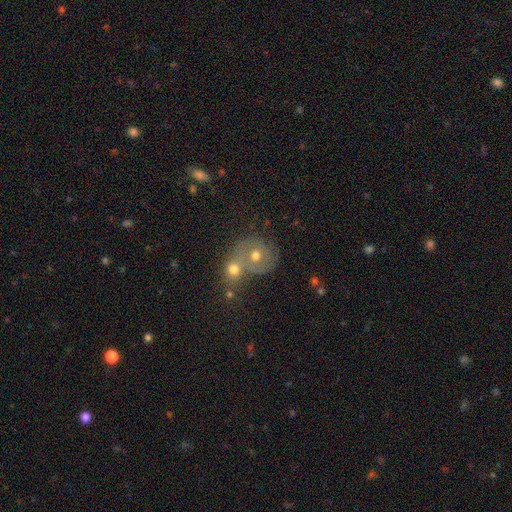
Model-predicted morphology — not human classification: This appears to be a smooth galaxy with no disk features (48%). Merging: merger (53%).